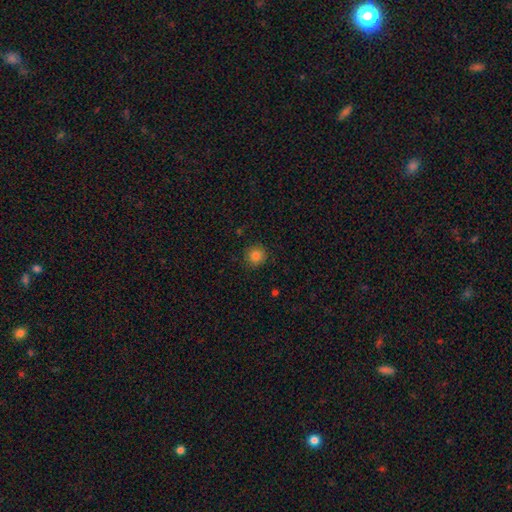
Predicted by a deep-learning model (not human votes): The model was most divided on "smooth or featured": smooth: 83%, star or artifact: 12%, featured or disk: 5%. More confident: how rounded — round (92%); merging — none (90%).